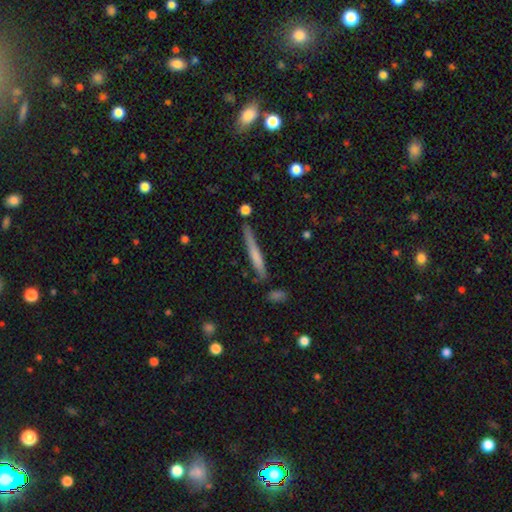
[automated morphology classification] The model was most divided on "smooth or featured": smooth: 58%, featured or disk: 35%, star or artifact: 7%. More confident: how rounded — cigar-shaped (95%); merging — none (75%).